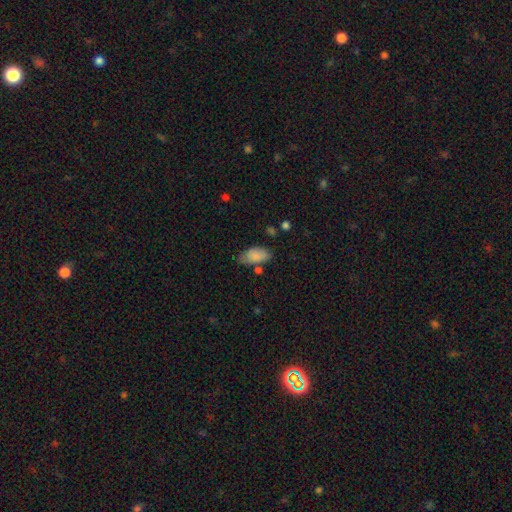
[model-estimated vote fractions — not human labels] Smooth or featured? smooth (83%)
How rounded? in between (93%)
Merging? none (57%)